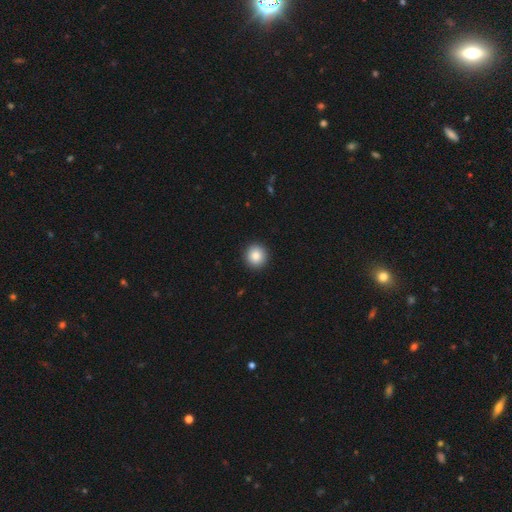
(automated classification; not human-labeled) smooth-or-featured: smooth: 86% | star or artifact: 9% | featured or disk: 5%
  how-rounded: round: 93% | in between: 6% | cigar-shaped: 1%
  merging: none: 93% | minor disturbance: 4% | major disturbance: 2% | merger: 1%